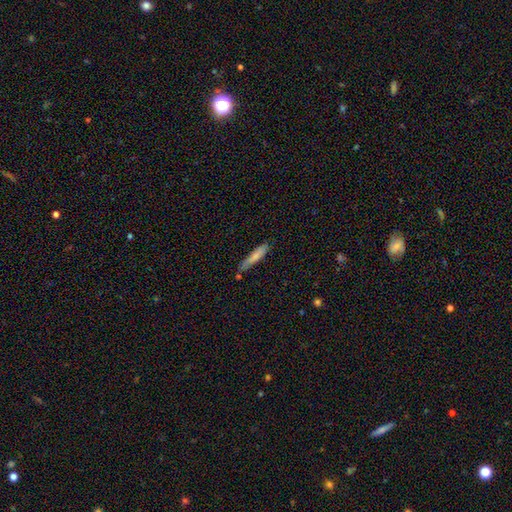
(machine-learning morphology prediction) smooth 73%, featured or disk 20%, star or artifact 6%. Down the decision tree: how rounded — cigar-shaped (87%); merging — none (66%).